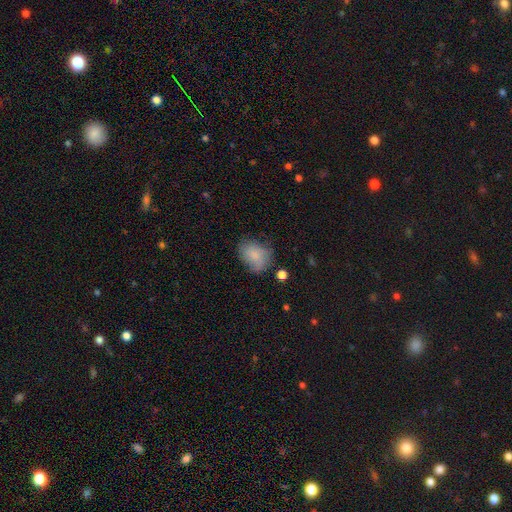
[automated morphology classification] Smooth or featured?
  - smooth: 80% *
  - featured or disk: 12%
  - star or artifact: 8%
How rounded?
  - in between: 56% *
  - round: 43%
  - cigar-shaped: 1%
Merging?
  - none: 62% *
  - minor disturbance: 26%
  - major disturbance: 9%
  - merger: 3%